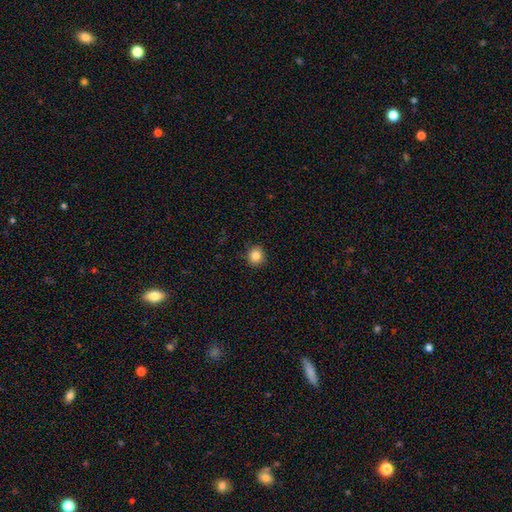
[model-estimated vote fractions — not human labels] This is clearly a smooth galaxy (84%). How rounded: clearly round (89%). Merging: clearly none (89%).